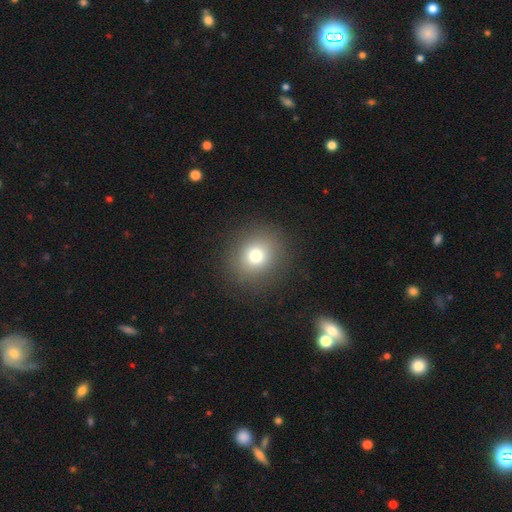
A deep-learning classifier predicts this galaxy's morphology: smooth_or_featured: smooth (p=0.75) [alt: star or artifact p=0.14]
how_rounded: round (p=0.87) [alt: in between p=0.12]
merging: none (p=0.89) [alt: minor disturbance p=0.07]